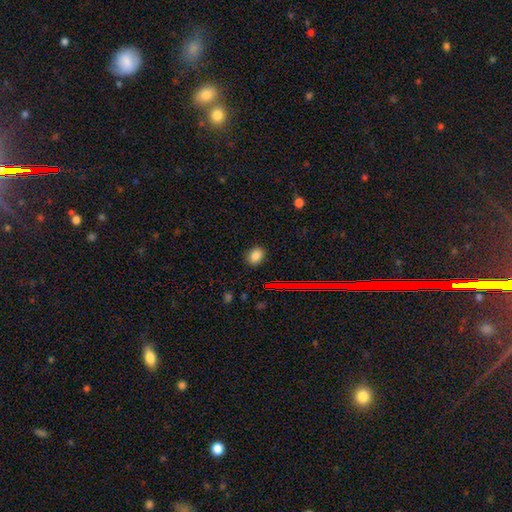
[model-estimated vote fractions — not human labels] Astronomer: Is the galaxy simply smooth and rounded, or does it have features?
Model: smooth — 82%.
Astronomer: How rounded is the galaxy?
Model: in between — 62%.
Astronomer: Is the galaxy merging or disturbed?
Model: none — 88%.